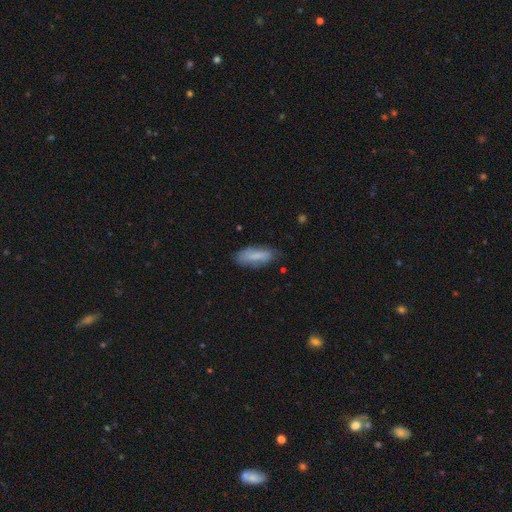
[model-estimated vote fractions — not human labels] Smooth or featured: smooth — 75% (featured or disk — 18%)
How rounded: in between — 74% (cigar-shaped — 24%)
Merging: none — 73% (minor disturbance — 21%)